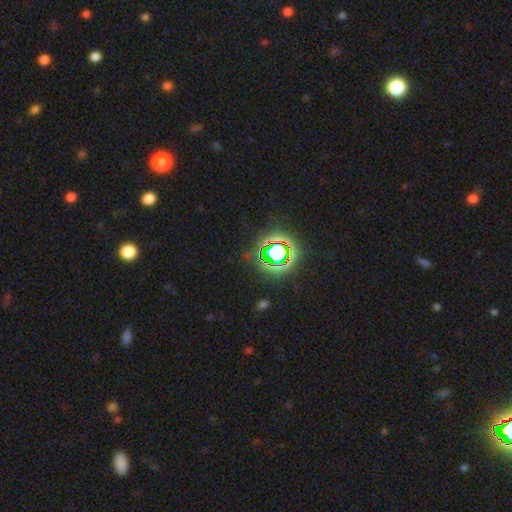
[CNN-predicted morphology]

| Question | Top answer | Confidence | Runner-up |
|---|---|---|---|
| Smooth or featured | star or artifact | 78% | smooth (14%) |